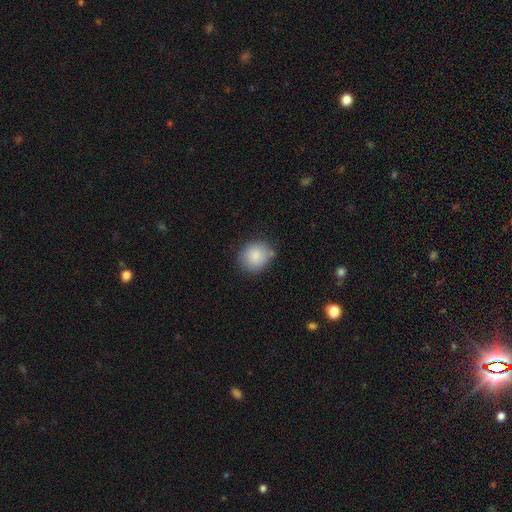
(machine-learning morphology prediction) smooth 87%, star or artifact 8%, featured or disk 6%. Down the decision tree: how rounded — round (76%); merging — none (74%).